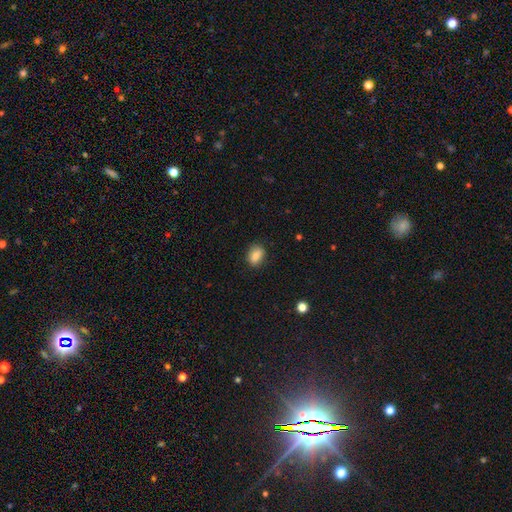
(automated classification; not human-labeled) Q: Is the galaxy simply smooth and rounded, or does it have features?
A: smooth — 85%.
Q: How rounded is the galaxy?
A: in between — 74%.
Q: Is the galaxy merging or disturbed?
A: none — 82%.